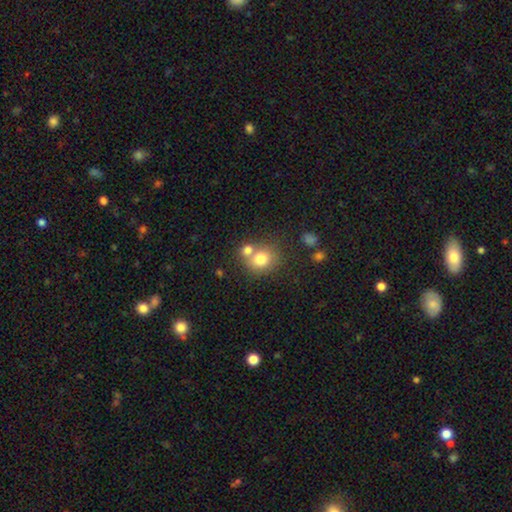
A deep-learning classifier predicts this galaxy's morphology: Q: Smooth or featured?
A: smooth (73%); runner-up: star or artifact (16%)
Q: How rounded?
A: round (82%); runner-up: in between (17%)
Q: Merging?
A: none (58%); runner-up: merger (30%)